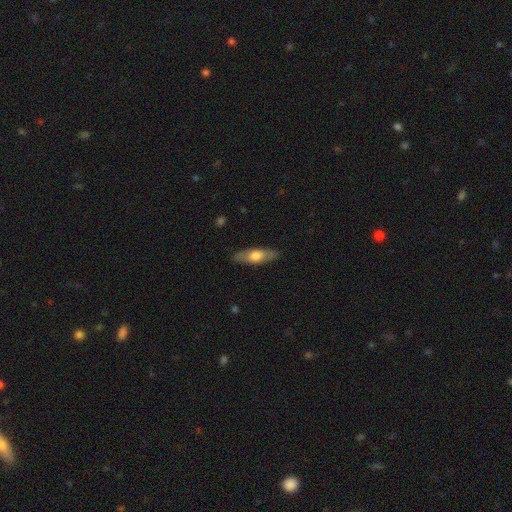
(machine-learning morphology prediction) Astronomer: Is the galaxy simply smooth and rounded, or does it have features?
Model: smooth — 56% (runner-up: featured or disk, 38%).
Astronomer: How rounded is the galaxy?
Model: in between — 56% (runner-up: cigar-shaped, 41%).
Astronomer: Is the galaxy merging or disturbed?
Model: none — 86%.